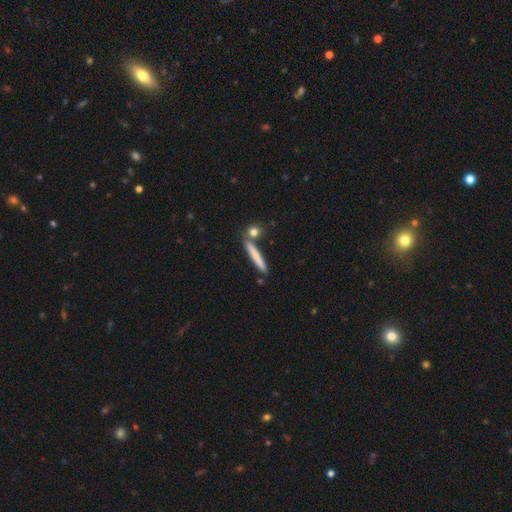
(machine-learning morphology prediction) Smooth or featured? smooth (73%)
How rounded? cigar-shaped (93%)
Merging? none (81%)